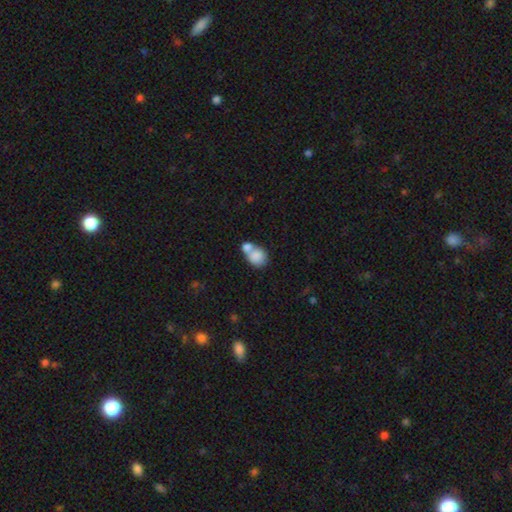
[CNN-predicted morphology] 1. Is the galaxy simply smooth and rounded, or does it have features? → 80% smooth, 12% featured or disk, 8% star or artifact.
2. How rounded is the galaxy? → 58% round, 41% in between, 1% cigar-shaped.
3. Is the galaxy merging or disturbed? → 61% merger, 26% none, 9% minor disturbance, 4% major disturbance.